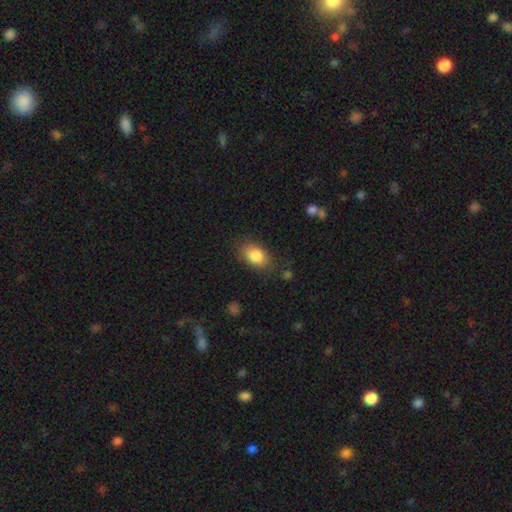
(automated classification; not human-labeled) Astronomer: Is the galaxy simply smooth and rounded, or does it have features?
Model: smooth — 85%.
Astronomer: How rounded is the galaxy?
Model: in between — 85%.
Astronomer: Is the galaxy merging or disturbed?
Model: none — 79%.